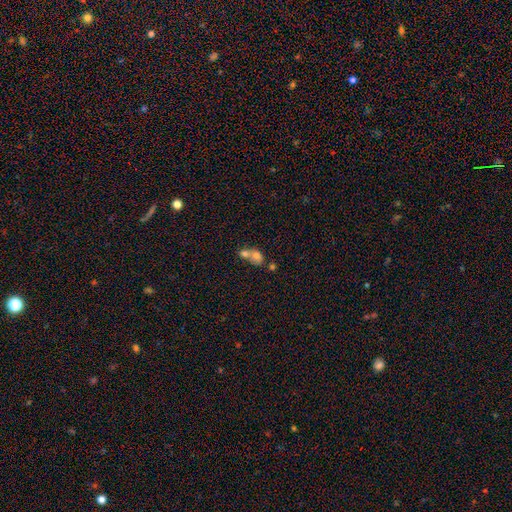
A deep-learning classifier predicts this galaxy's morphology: smooth 69%, featured or disk 21%, star or artifact 10%. Down the decision tree: how rounded — in between (59%); merging — merger (74%).